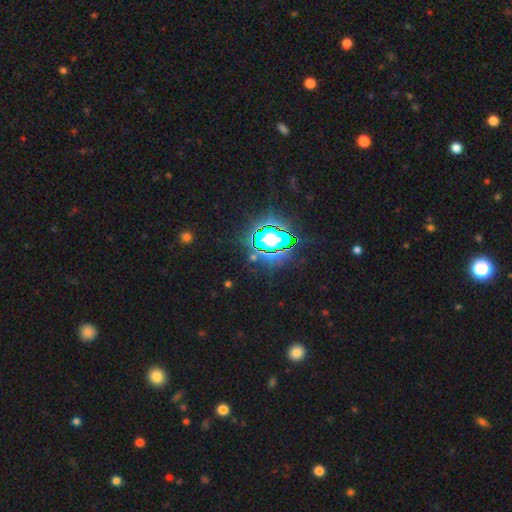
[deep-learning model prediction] star or artifact 75%, smooth 15%, featured or disk 10%.